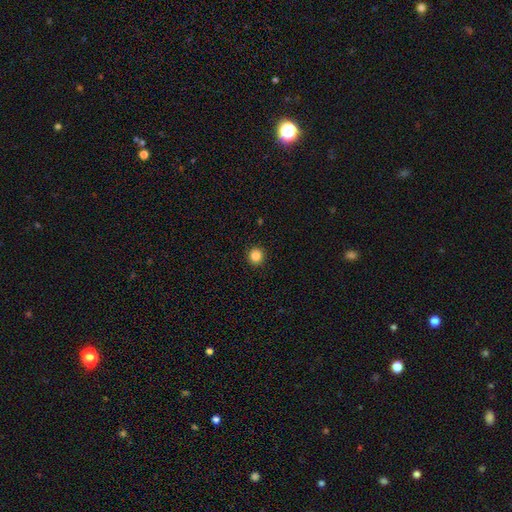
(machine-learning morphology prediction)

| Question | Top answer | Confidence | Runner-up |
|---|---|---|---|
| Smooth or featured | smooth | 85% | star or artifact (11%) |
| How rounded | round | 93% | in between (6%) |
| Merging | none | 93% | minor disturbance (4%) |